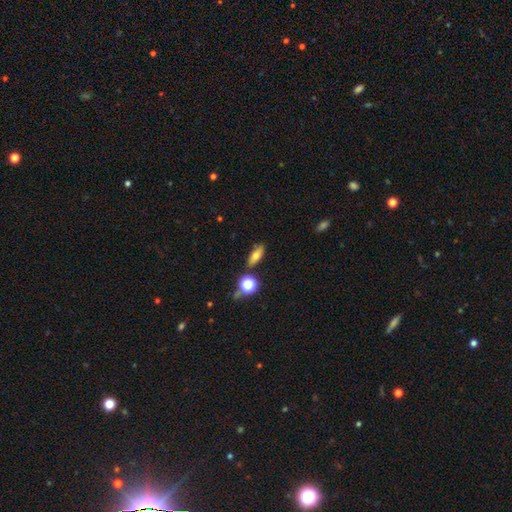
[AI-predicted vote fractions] Morphology: type=smooth (65%); roundness=in between (59%); merging=none (80%).